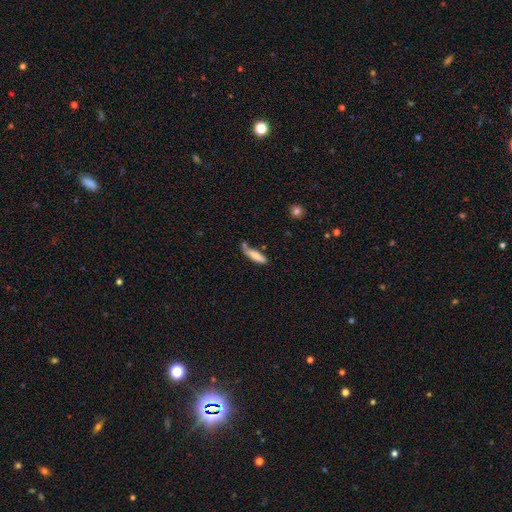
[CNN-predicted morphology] Smooth or featured: smooth — 76% (featured or disk — 18%)
How rounded: cigar-shaped — 70% (in between — 28%)
Merging: none — 52% (minor disturbance — 25%)